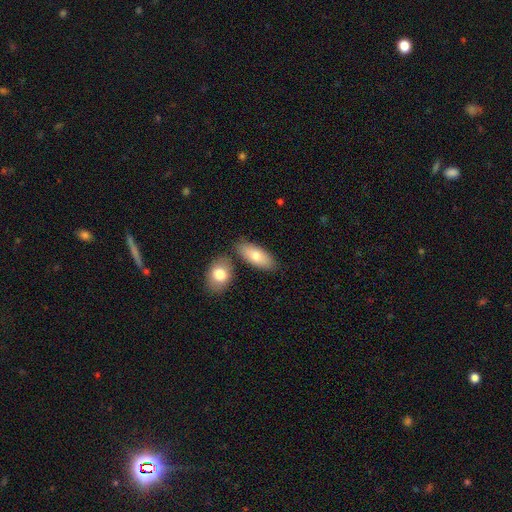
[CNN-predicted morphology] A smooth galaxy with no disk features (75%) that is in between round and cigar-shaped (85%).

Vote fractions:
- Smooth or featured? smooth: 75% / featured or disk: 19% / star or artifact: 6%
- How rounded? in between: 85% / cigar-shaped: 12% / round: 3%
- Merging? none: 73% / merger: 14% / minor disturbance: 11% / major disturbance: 3%